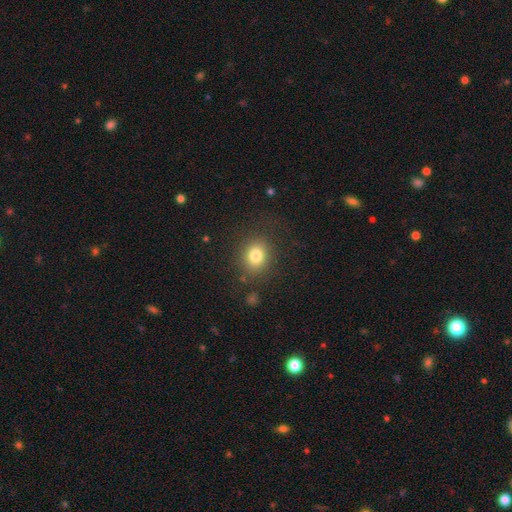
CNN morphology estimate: A smooth galaxy with no disk features (80%) that is round (71%).

Vote fractions:
- Smooth or featured? smooth: 80% / star or artifact: 12% / featured or disk: 8%
- How rounded? round: 71% / in between: 28% / cigar-shaped: 1%
- Merging? none: 83% / minor disturbance: 10% / major disturbance: 5% / merger: 2%